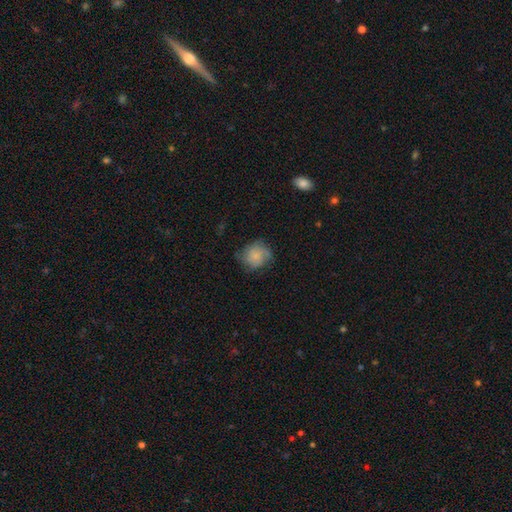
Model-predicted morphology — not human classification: This is possibly a smooth galaxy (59%). How rounded: likely round (78%). Merging: likely none (63%).